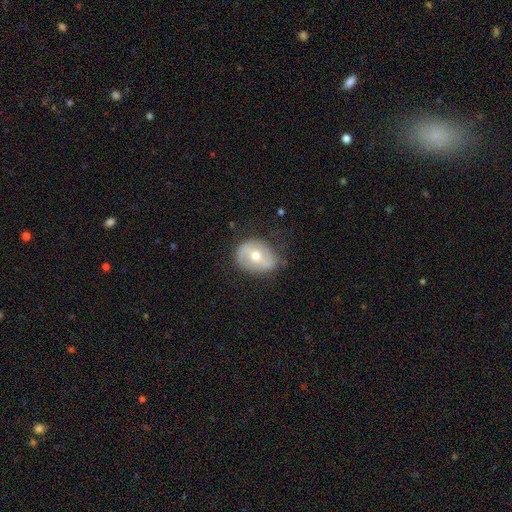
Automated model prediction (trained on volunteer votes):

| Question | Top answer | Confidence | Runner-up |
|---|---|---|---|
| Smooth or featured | featured or disk | 51% | smooth (42%) |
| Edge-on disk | no | 94% | yes (6%) |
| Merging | none | 66% | minor disturbance (24%) |